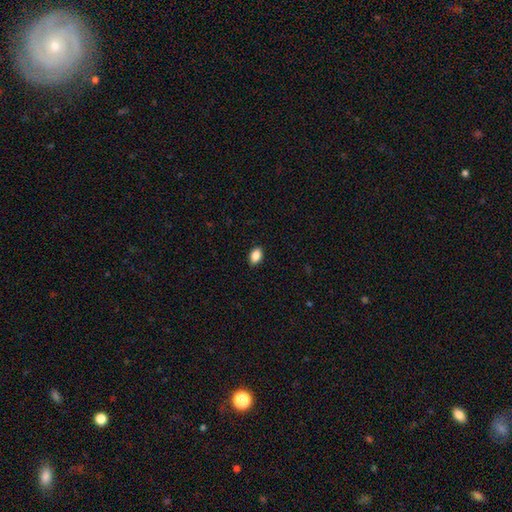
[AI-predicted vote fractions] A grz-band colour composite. It shows a smooth galaxy with no disk features (88%) that is in between round and cigar-shaped (87%). Merging: none (89%).